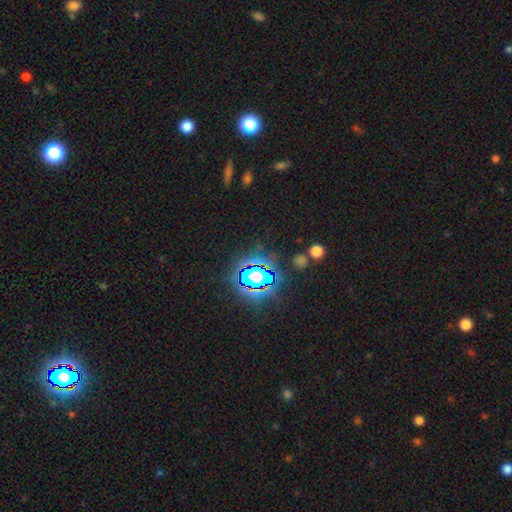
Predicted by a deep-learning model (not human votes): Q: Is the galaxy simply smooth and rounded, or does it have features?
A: star or artifact — 79%.